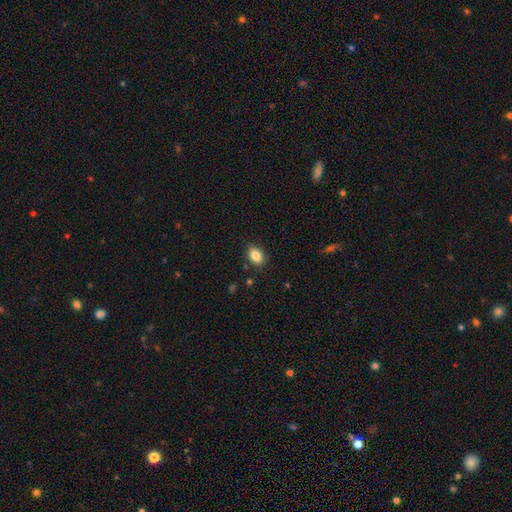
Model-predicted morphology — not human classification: This is clearly a smooth galaxy (84%). How rounded: clearly in between (83%). Merging: clearly none (86%).